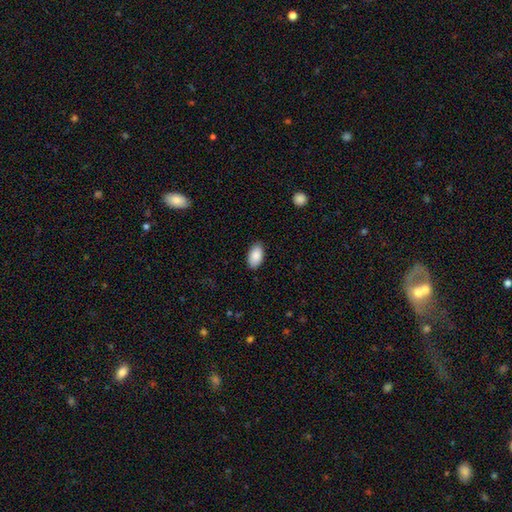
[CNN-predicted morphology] smooth-or-featured: smooth: 90% | star or artifact: 6% | featured or disk: 4%
  how-rounded: in between: 95% | round: 3% | cigar-shaped: 2%
  merging: none: 87% | minor disturbance: 10% | major disturbance: 2% | merger: 1%